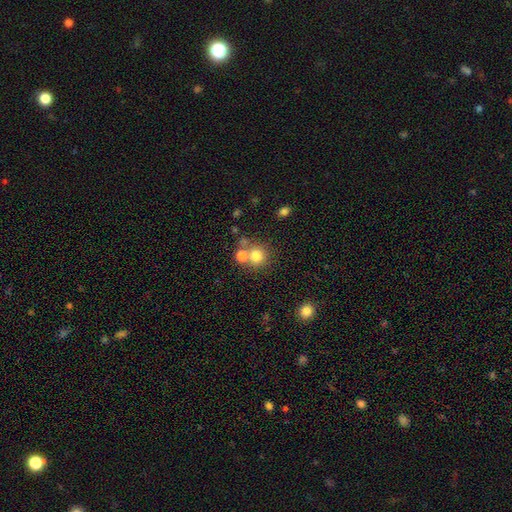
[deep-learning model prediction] This is likely a smooth galaxy (76%). How rounded: clearly round (89%). Merging: possibly none (58%).